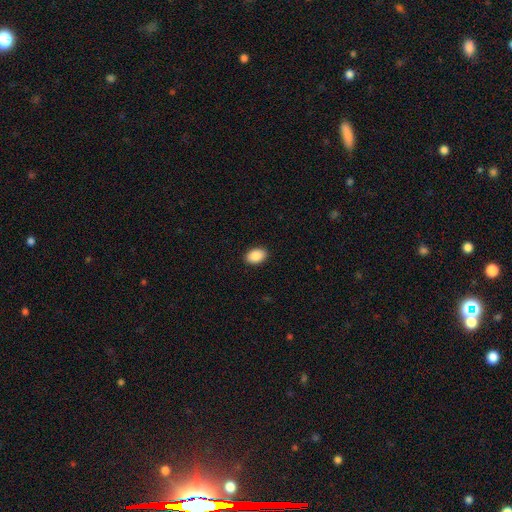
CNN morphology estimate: Smooth or featured: smooth — 90% (star or artifact — 7%)
How rounded: in between — 88% (round — 11%)
Merging: none — 91% (minor disturbance — 7%)